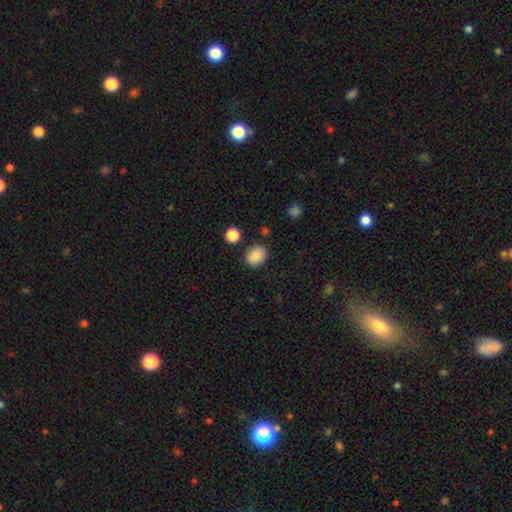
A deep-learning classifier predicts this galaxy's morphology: The model was most divided on "how rounded": in between: 54%, round: 45%, cigar-shaped: 1%. More confident: smooth or featured — smooth (87%); merging — none (85%).